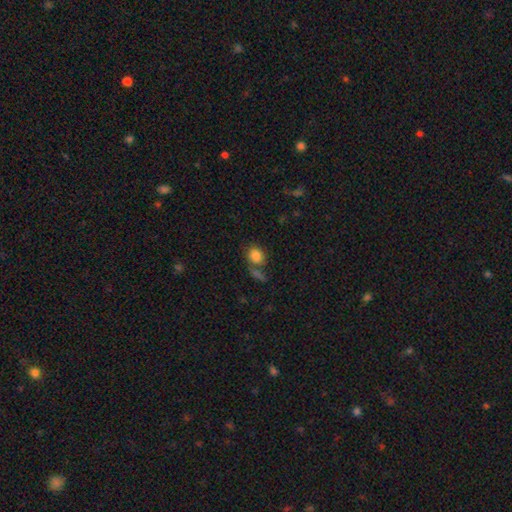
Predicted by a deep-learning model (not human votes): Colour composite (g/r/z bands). It shows a smooth galaxy with no disk features (84%) that is round (65%). Merging: none (57%).